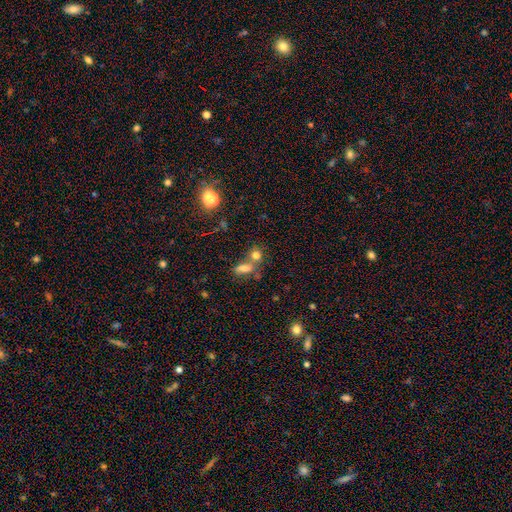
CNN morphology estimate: Smooth or featured?
  - smooth: 72% *
  - star or artifact: 17%
  - featured or disk: 10%
How rounded?
  - round: 59% *
  - in between: 35%
  - cigar-shaped: 5%
Merging?
  - none: 44% *
  - merger: 42%
  - minor disturbance: 9%
  - major disturbance: 5%